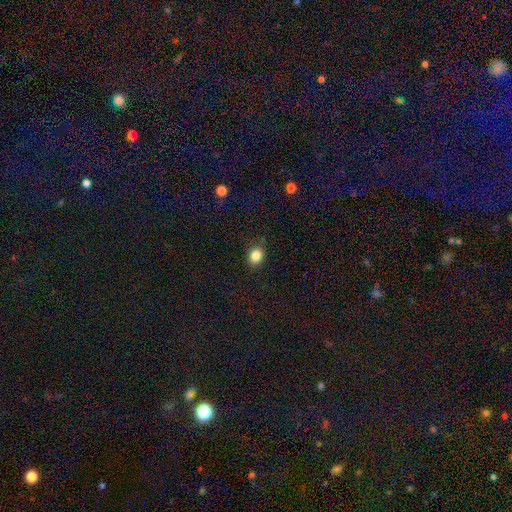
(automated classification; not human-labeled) Morphology: type=smooth (85%); roundness=round (51%); merging=none (86%).